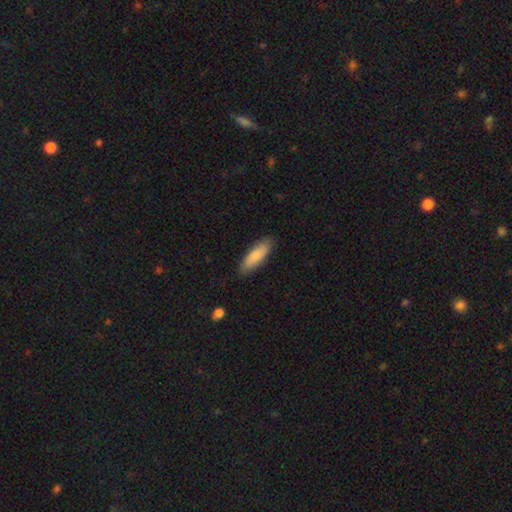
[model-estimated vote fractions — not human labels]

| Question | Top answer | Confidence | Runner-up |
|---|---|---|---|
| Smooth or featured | smooth | 82% | featured or disk (12%) |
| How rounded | in between | 52% | cigar-shaped (47%) |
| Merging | none | 84% | minor disturbance (13%) |